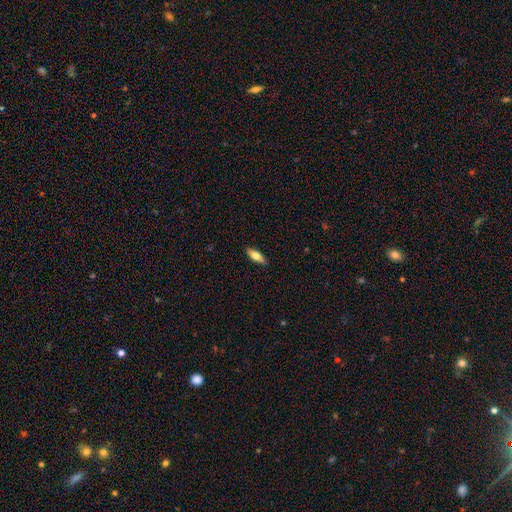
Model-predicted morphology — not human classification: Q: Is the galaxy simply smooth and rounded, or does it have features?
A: smooth — 66%.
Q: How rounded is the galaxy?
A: in between — 64%.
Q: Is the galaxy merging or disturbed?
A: none — 88%.